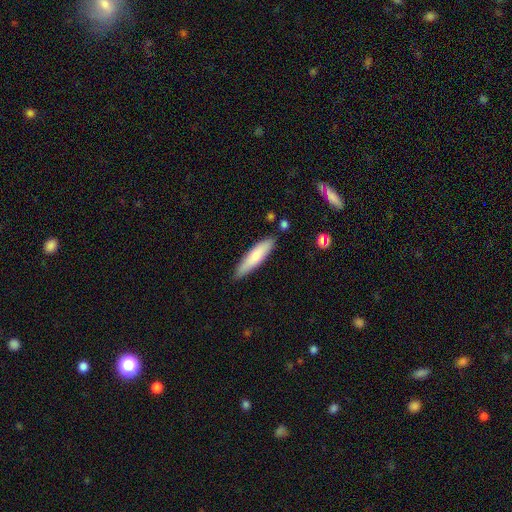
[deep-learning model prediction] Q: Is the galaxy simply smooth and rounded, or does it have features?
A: smooth — 75%.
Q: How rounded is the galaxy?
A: cigar-shaped — 75%.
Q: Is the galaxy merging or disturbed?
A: none — 81%.